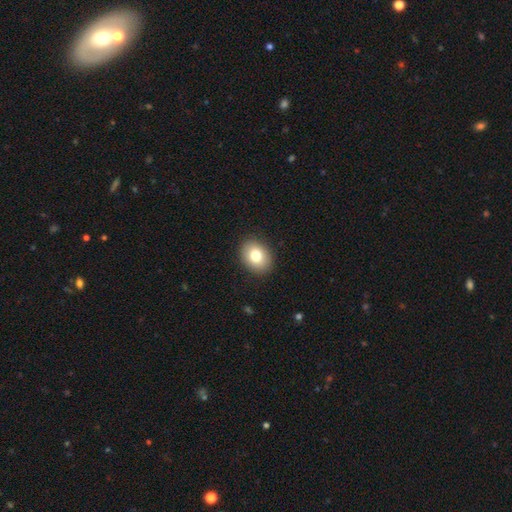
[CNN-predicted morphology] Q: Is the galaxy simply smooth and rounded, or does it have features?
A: smooth — 80%.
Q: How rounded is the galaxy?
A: in between — 61%.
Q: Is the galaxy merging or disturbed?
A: none — 90%.